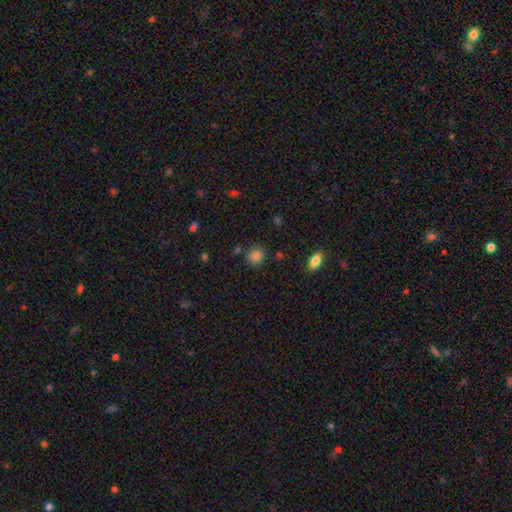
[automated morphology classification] Smooth or featured? smooth (84%)
How rounded? round (86%)
Merging? none (85%)